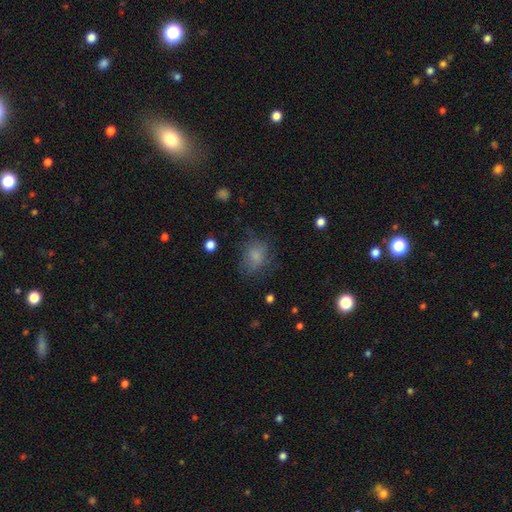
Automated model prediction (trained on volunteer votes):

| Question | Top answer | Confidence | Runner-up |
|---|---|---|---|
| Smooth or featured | smooth | 73% | featured or disk (15%) |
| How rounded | round | 54% | in between (45%) |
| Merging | none | 61% | minor disturbance (23%) |